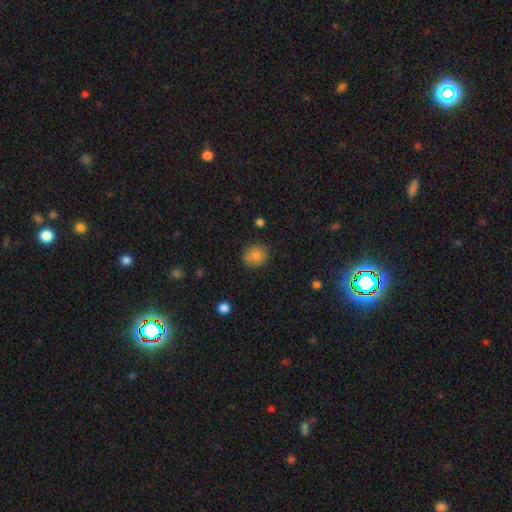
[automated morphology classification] smooth-or-featured: smooth: 83% | star or artifact: 10% | featured or disk: 7%
  how-rounded: round: 78% | in between: 22% | cigar-shaped: 1%
  merging: none: 82% | minor disturbance: 13% | major disturbance: 3% | merger: 2%